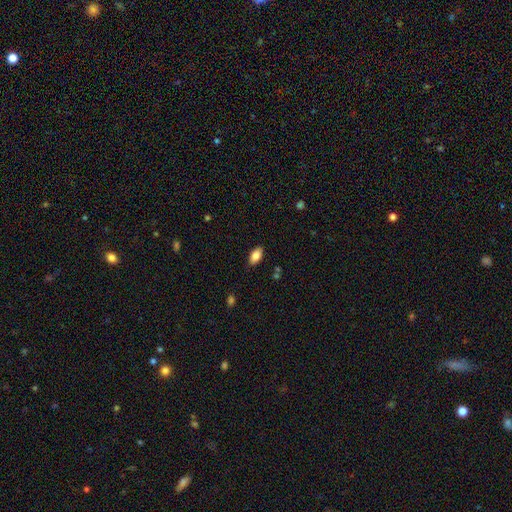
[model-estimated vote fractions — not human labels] A smooth galaxy with no disk features (85%) that is in between round and cigar-shaped (93%).

Vote fractions:
- Smooth or featured? smooth: 85% / star or artifact: 8% / featured or disk: 7%
- How rounded? in between: 93% / cigar-shaped: 4% / round: 3%
- Merging? none: 86% / minor disturbance: 11% / major disturbance: 2% / merger: 1%